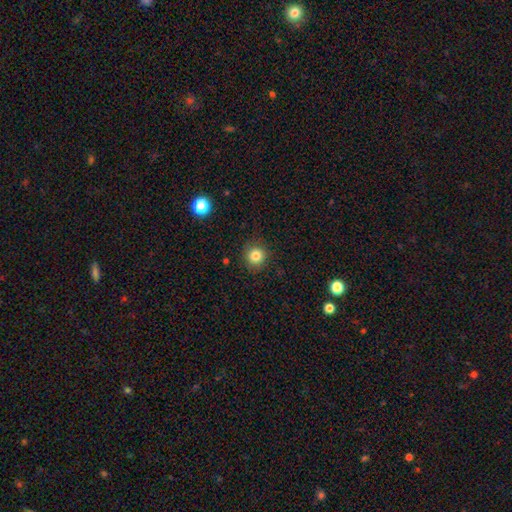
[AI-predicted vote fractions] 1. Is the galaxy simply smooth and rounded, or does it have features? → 82% smooth, 12% star or artifact, 6% featured or disk.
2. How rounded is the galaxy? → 92% round, 7% in between, 1% cigar-shaped.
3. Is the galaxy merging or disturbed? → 89% none, 8% minor disturbance, 2% major disturbance, 1% merger.